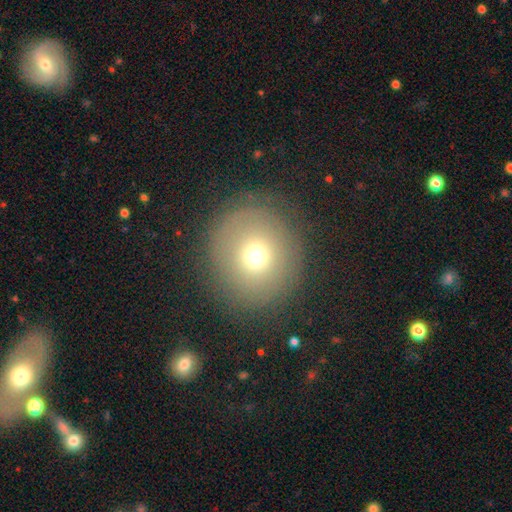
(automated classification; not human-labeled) smooth-or-featured: smooth: 67% | featured or disk: 17% | star or artifact: 16%
  how-rounded: round: 92% | in between: 7% | cigar-shaped: 1%
  merging: none: 85% | minor disturbance: 9% | major disturbance: 5% | merger: 1%